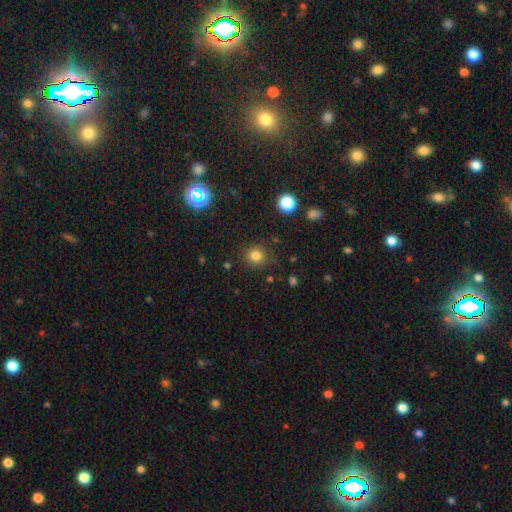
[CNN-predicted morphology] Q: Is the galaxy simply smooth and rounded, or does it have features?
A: smooth — 81%.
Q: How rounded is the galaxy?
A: round — 88%.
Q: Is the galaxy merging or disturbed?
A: none — 85%.